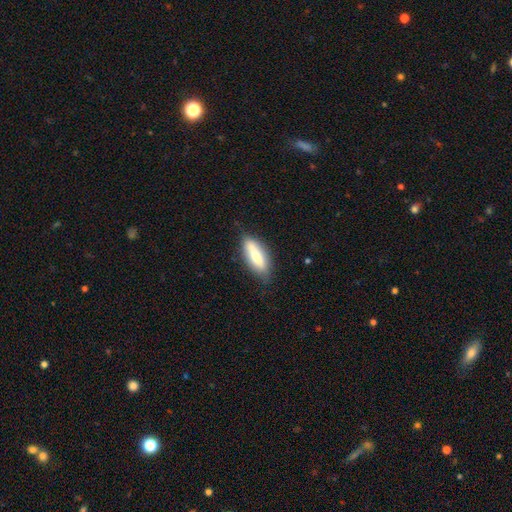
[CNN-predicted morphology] smooth-or-featured: smooth: 77% | featured or disk: 17% | star or artifact: 6%
  how-rounded: in between: 58% | cigar-shaped: 41% | round: 2%
  merging: none: 75% | minor disturbance: 19% | major disturbance: 4% | merger: 2%